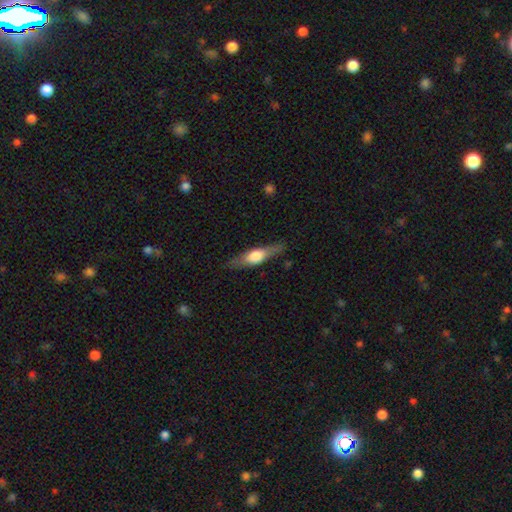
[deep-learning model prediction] Q: Smooth or featured?
A: featured or disk (58%); runner-up: smooth (37%)
Q: Edge-on disk?
A: yes (92%); runner-up: no (8%)
Q: Edge-on bulge?
A: rounded (89%); runner-up: boxy (9%)
Q: Merging?
A: none (83%); runner-up: minor disturbance (12%)